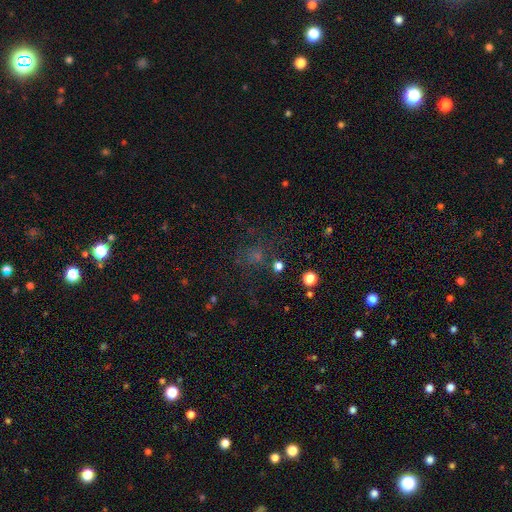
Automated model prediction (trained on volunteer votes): smooth_or_featured: smooth (p=0.43) [alt: star or artifact p=0.40]
merging: none (p=0.65) [alt: major disturbance p=0.15]